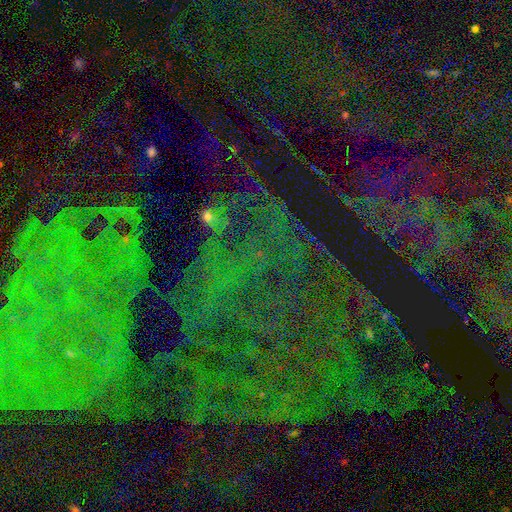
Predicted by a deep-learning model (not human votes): A star or artifact, not a galaxy (83%).